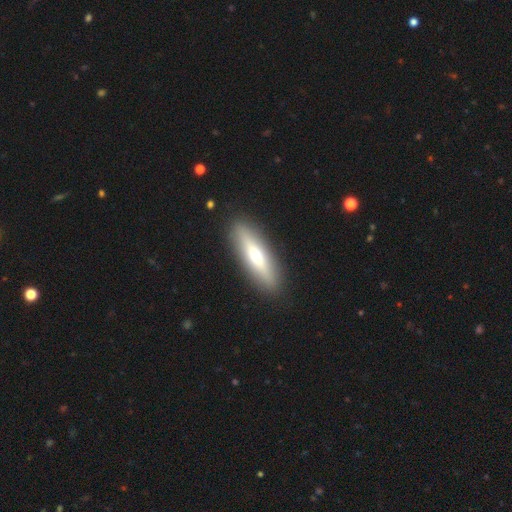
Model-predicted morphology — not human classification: A smooth galaxy with no disk features (49%).

Vote fractions:
- Smooth or featured? smooth: 49% / featured or disk: 45% / star or artifact: 6%
- Merging? none: 90% / minor disturbance: 7% / major disturbance: 2% / merger: 1%